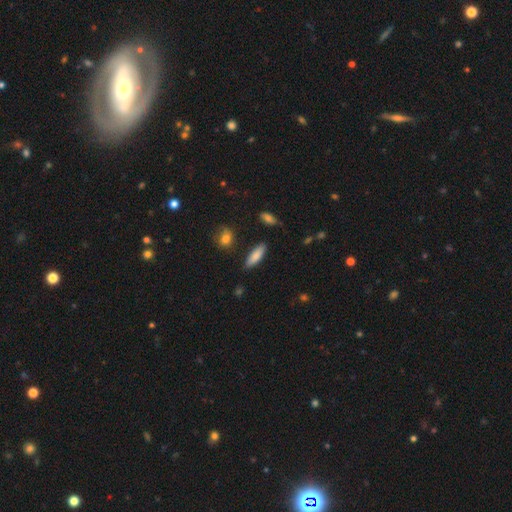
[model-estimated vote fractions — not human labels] Smooth or featured: smooth — 83% (featured or disk — 11%)
How rounded: in between — 51% (cigar-shaped — 47%)
Merging: none — 82% (minor disturbance — 13%)